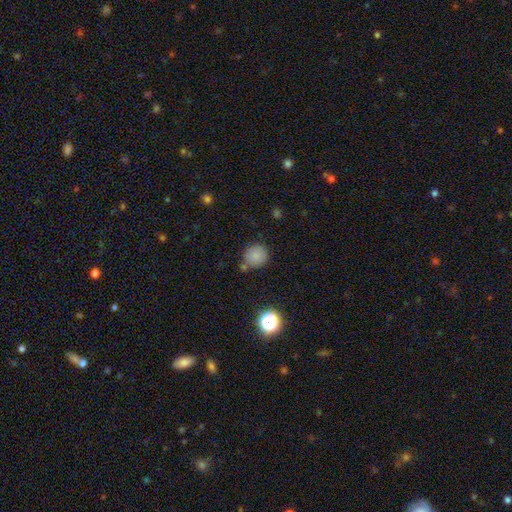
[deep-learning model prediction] A smooth galaxy with no disk features (82%) that is round (88%). Merging: none (73%).